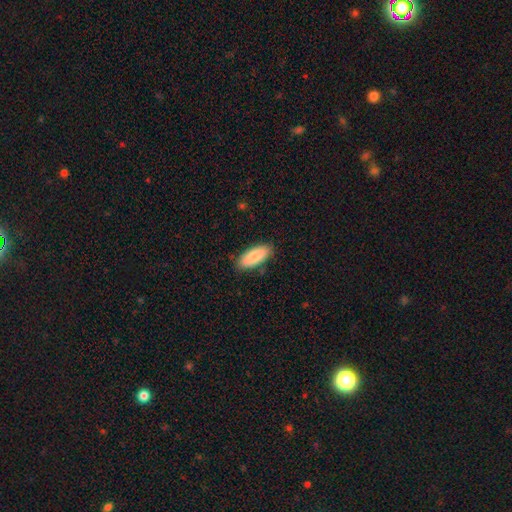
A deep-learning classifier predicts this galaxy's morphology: Smooth or featured: smooth — 86% (featured or disk — 8%)
How rounded: in between — 82% (cigar-shaped — 16%)
Merging: none — 86% (minor disturbance — 11%)